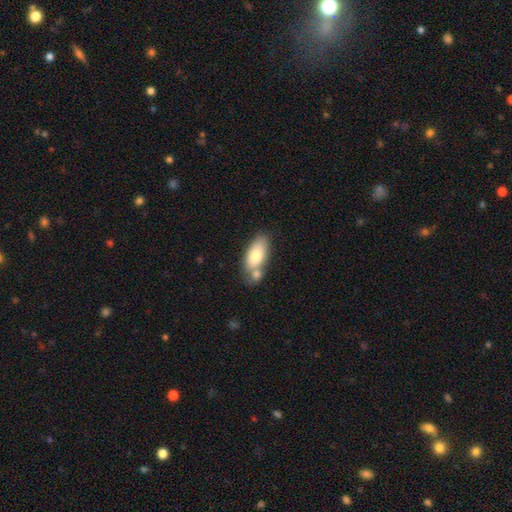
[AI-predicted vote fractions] smooth-or-featured: smooth: 74% | featured or disk: 20% | star or artifact: 6%
  how-rounded: in between: 87% | cigar-shaped: 9% | round: 4%
  merging: none: 44% | merger: 37% | minor disturbance: 15% | major disturbance: 5%